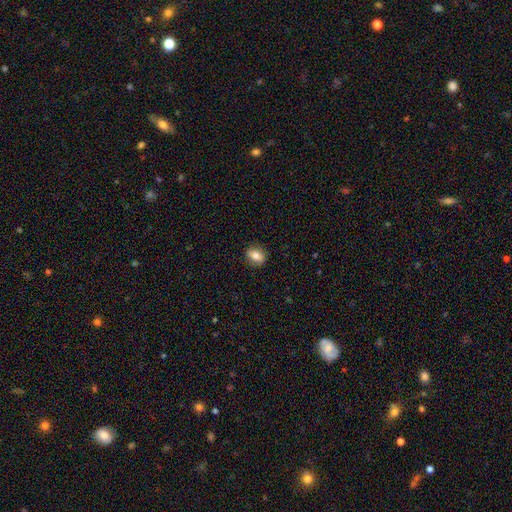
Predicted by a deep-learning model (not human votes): Morphology: type=smooth (75%); roundness=in between (58%); merging=none (86%).